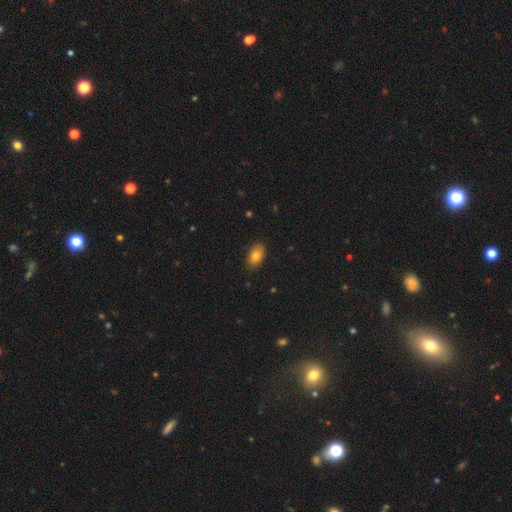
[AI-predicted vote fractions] A smooth galaxy with no disk features (81%) that is in between round and cigar-shaped (90%). Merging: none (83%).